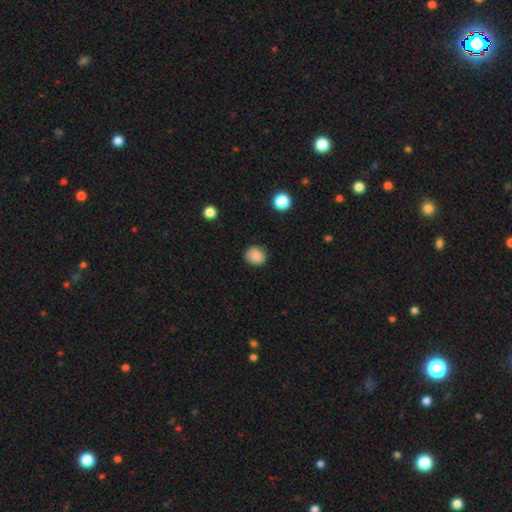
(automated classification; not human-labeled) A smooth galaxy with no disk features (86%) that is round (74%). Merging: none (85%).